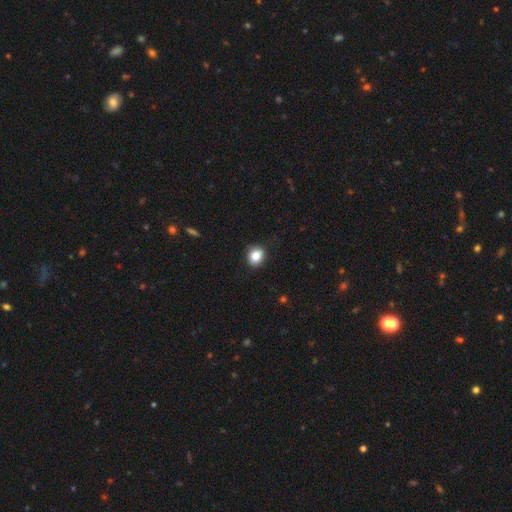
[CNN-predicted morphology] Smooth or featured? smooth (85%)
How rounded? round (69%)
Merging? none (86%)